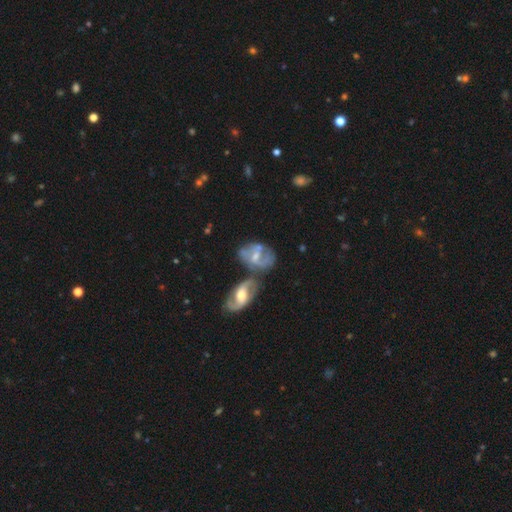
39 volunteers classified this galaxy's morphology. featured or disk 51%, smooth 41%, star or artifact 8%. Down the decision tree: edge-on disk — no (85%); bar — weak (47%); spiral arms — no (65%); bulge size — moderate (59%); merging — merger (44%).